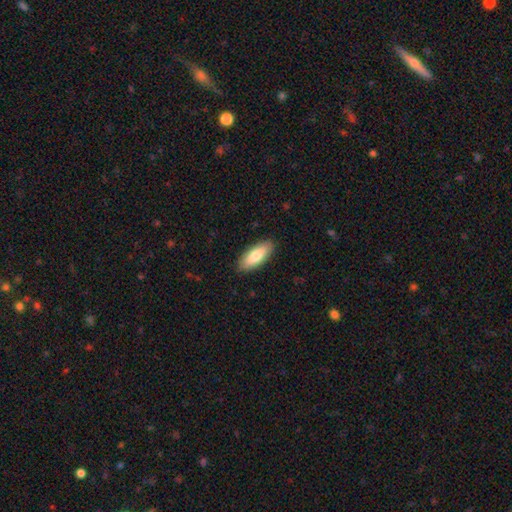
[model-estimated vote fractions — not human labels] A smooth galaxy with no disk features (79%) that is in between round and cigar-shaped (77%). Merging: none (88%).